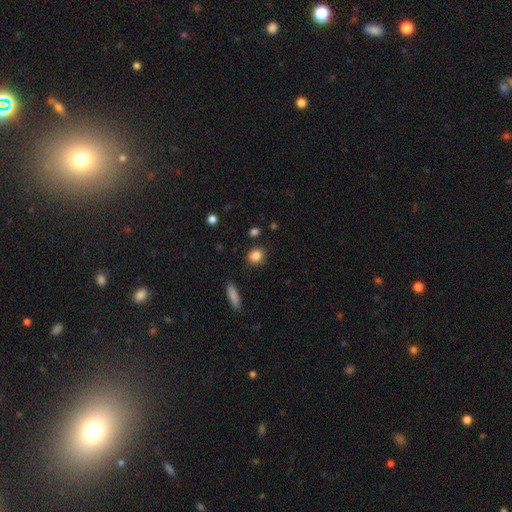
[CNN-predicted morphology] Smooth or featured? smooth (85%)
How rounded? round (67%)
Merging? none (84%)